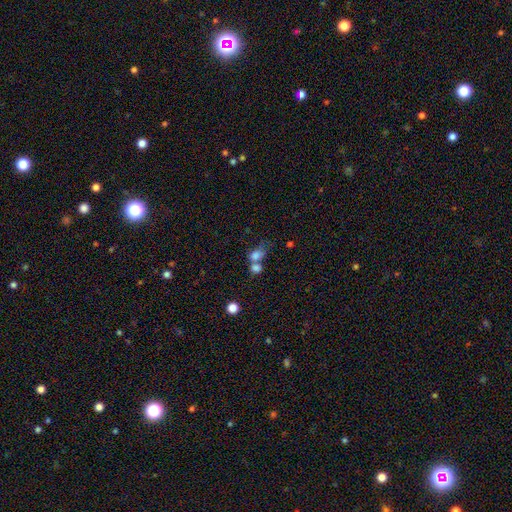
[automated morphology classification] A smooth galaxy with no disk features (77%) that is in between round and cigar-shaped (61%). Merging: merger (59%).